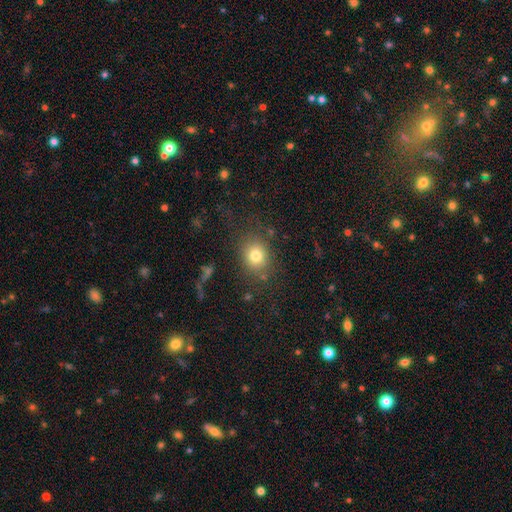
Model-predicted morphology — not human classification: A smooth galaxy with no disk features (78%) that is round (62%). Merging: none (79%).